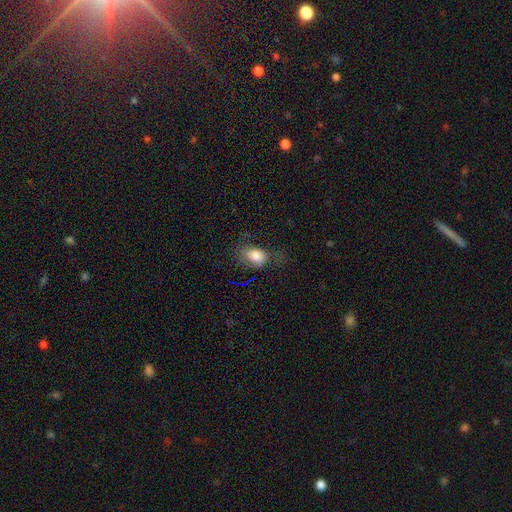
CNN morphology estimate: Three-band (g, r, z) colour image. It shows a smooth galaxy with no disk features (79%) that is in between round and cigar-shaped (78%). Merging: none (47%).